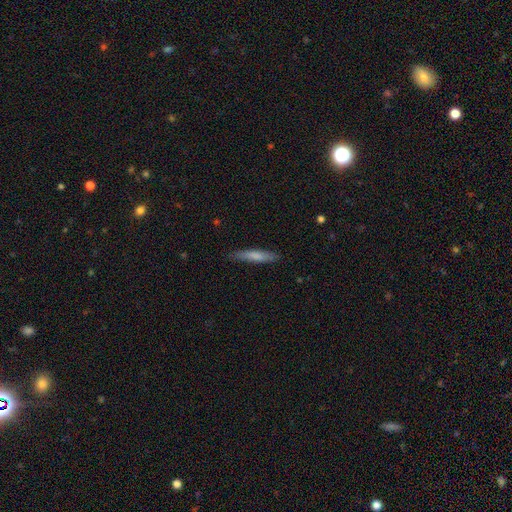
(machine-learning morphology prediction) smooth-or-featured: smooth: 74% | featured or disk: 20% | star or artifact: 5%
  how-rounded: cigar-shaped: 89% | in between: 10% | round: 1%
  merging: none: 84% | minor disturbance: 12% | major disturbance: 2% | merger: 1%